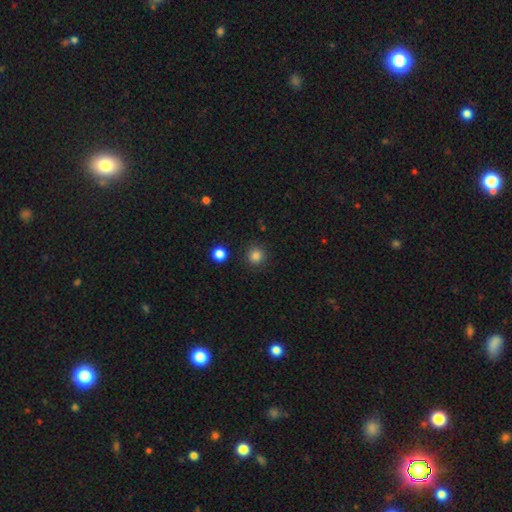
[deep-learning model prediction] smooth-or-featured: smooth: 84% | star or artifact: 13% | featured or disk: 4%
  how-rounded: round: 95% | in between: 4% | cigar-shaped: 1%
  merging: none: 91% | minor disturbance: 5% | major disturbance: 2% | merger: 2%